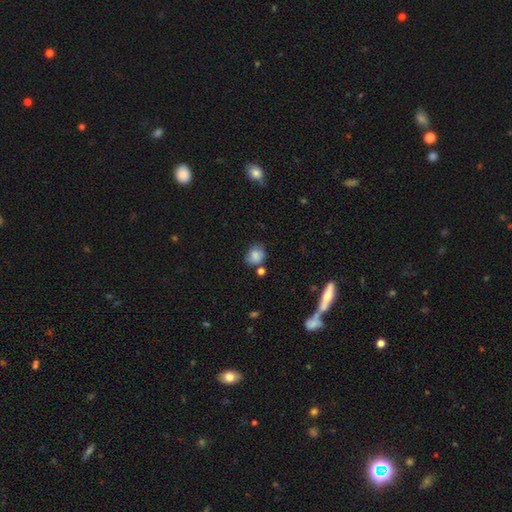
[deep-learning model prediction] This appears to be a smooth galaxy with no disk features (82%) that is round (55%). Merging: none (64%).